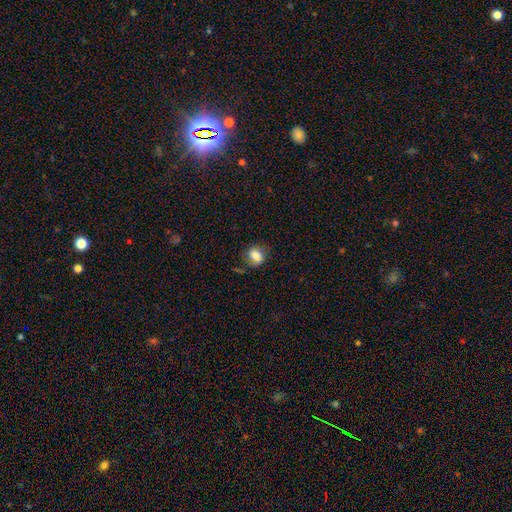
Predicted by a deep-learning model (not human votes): smooth 67%, featured or disk 22%, star or artifact 11%. Down the decision tree: how rounded — in between (52%); merging — none (54%).